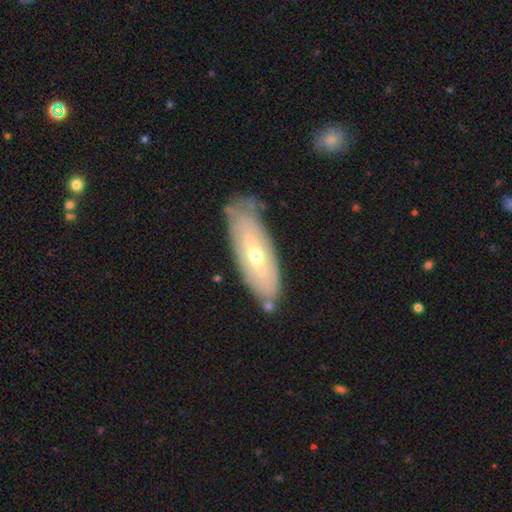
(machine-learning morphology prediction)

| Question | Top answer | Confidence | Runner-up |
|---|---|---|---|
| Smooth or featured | featured or disk | 59% | smooth (34%) |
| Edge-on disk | no | 74% | yes (26%) |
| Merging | none | 71% | minor disturbance (19%) |